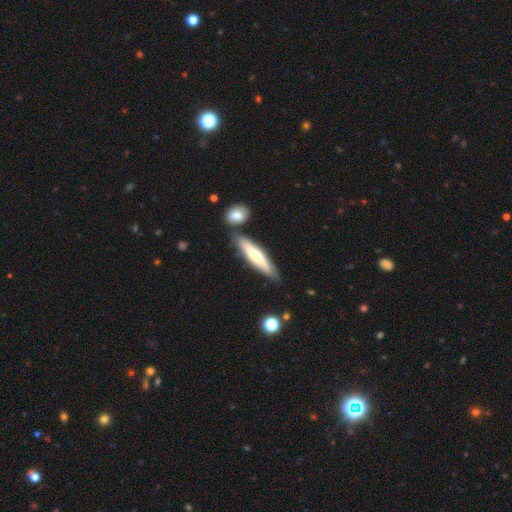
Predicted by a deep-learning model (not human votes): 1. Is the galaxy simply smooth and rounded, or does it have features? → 54% smooth, 41% featured or disk, 5% star or artifact.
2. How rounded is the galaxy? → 77% cigar-shaped, 21% in between, 2% round.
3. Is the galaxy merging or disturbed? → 75% none, 12% minor disturbance, 10% merger, 3% major disturbance.